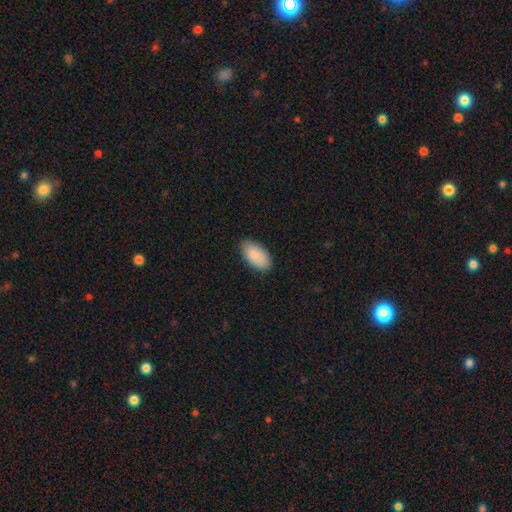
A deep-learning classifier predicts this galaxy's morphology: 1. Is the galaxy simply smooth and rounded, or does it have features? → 89% smooth, 6% star or artifact, 5% featured or disk.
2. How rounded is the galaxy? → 95% in between, 2% cigar-shaped, 2% round.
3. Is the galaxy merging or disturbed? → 84% none, 12% minor disturbance, 2% major disturbance, 1% merger.